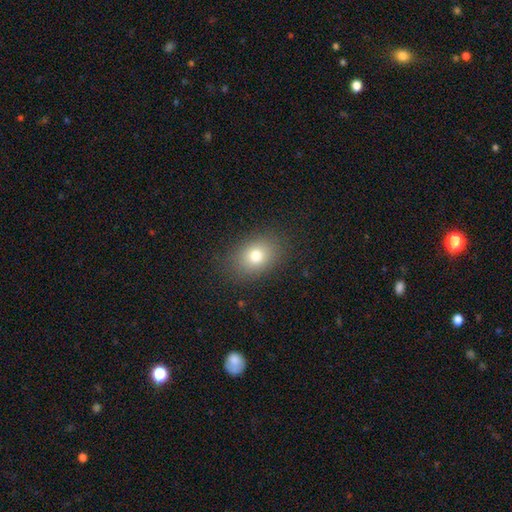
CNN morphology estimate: Smooth or featured: smooth — 77% (star or artifact — 12%)
How rounded: in between — 68% (round — 30%)
Merging: none — 85% (minor disturbance — 10%)